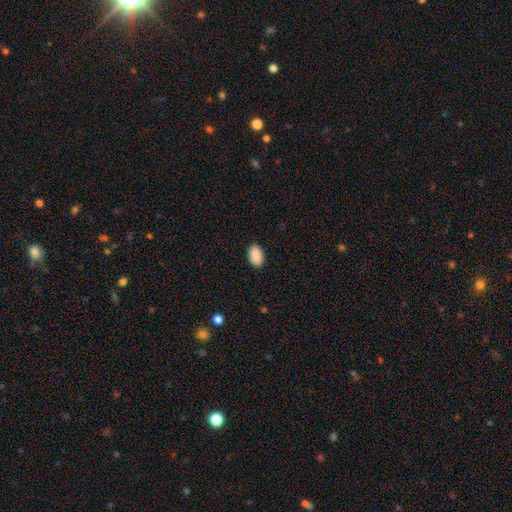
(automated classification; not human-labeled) smooth_or_featured: smooth (p=0.91) [alt: star or artifact p=0.06]
how_rounded: in between (p=0.93) [alt: round p=0.05]
merging: none (p=0.89) [alt: minor disturbance p=0.08]